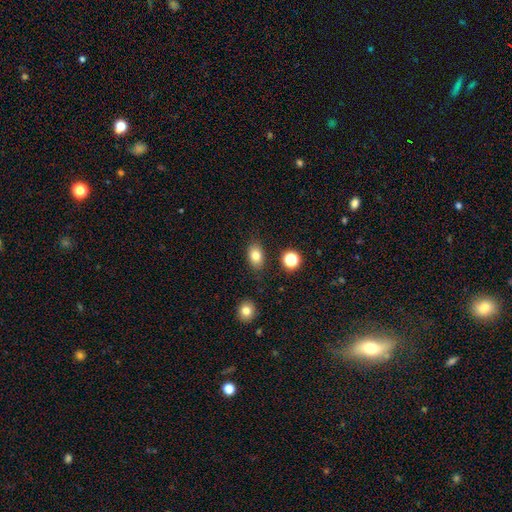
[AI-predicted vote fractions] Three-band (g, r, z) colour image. It shows a smooth galaxy with no disk features (81%) that is in between round and cigar-shaped (79%). Merging: none (83%).